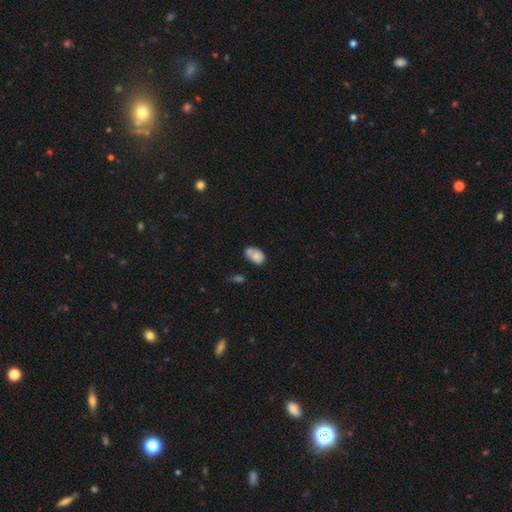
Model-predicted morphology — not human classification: type=smooth (77%); roundness=in between (81%); merging=merger (37%).